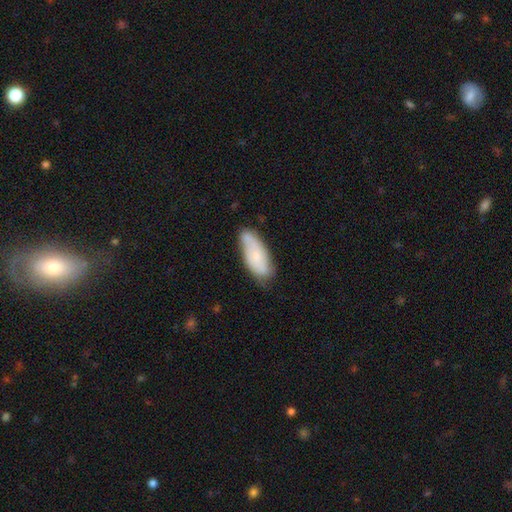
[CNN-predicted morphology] smooth-or-featured: smooth: 60% | featured or disk: 33% | star or artifact: 7%
  how-rounded: in between: 77% | cigar-shaped: 21% | round: 2%
  merging: none: 63% | minor disturbance: 28% | major disturbance: 6% | merger: 4%